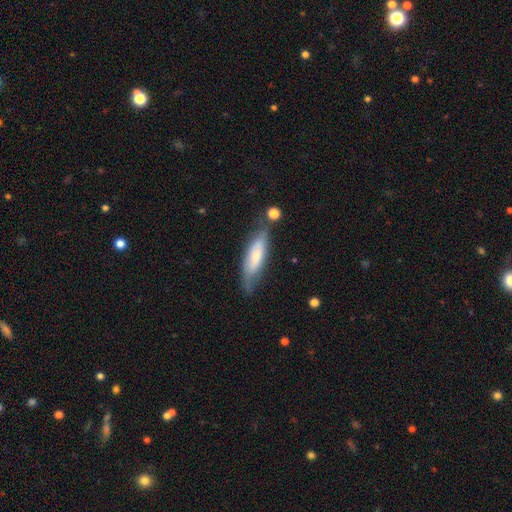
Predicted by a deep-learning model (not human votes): Smooth or featured? Predicted: smooth (p=0.58). How rounded? Predicted: cigar-shaped (p=0.61). Merging? Predicted: none (p=0.62).